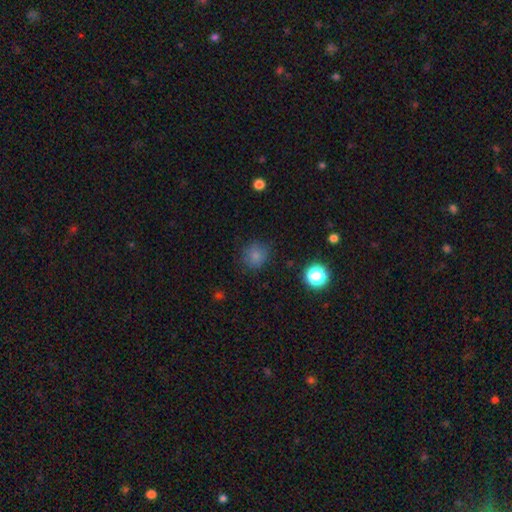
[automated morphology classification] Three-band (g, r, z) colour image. It shows a smooth galaxy with no disk features (80%) that is round (88%). Merging: none (82%).